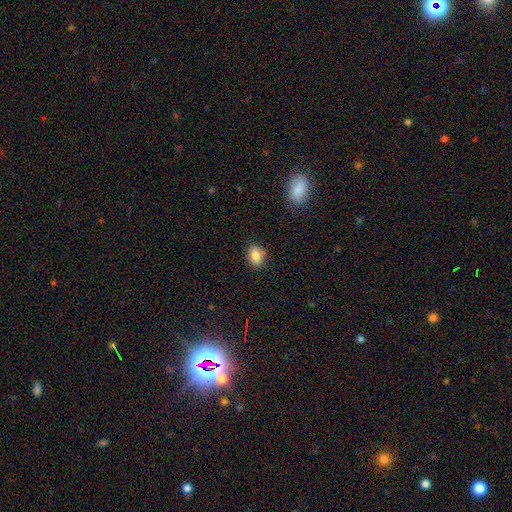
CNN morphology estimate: smooth-or-featured: smooth: 85% | star or artifact: 9% | featured or disk: 6%
  how-rounded: in between: 75% | round: 23% | cigar-shaped: 1%
  merging: none: 84% | minor disturbance: 12% | major disturbance: 3% | merger: 2%